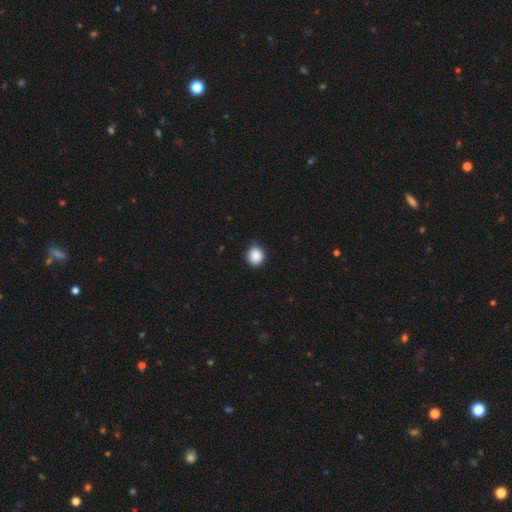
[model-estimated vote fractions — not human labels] smooth_or_featured: smooth (p=0.89) [alt: star or artifact p=0.08]
how_rounded: round (p=0.75) [alt: in between p=0.24]
merging: none (p=0.82) [alt: minor disturbance p=0.14]